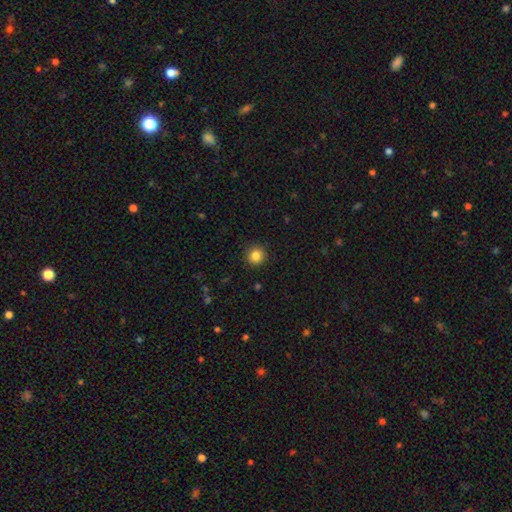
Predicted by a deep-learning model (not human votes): smooth 84%, star or artifact 11%, featured or disk 5%. Down the decision tree: how rounded — round (93%); merging — none (92%).